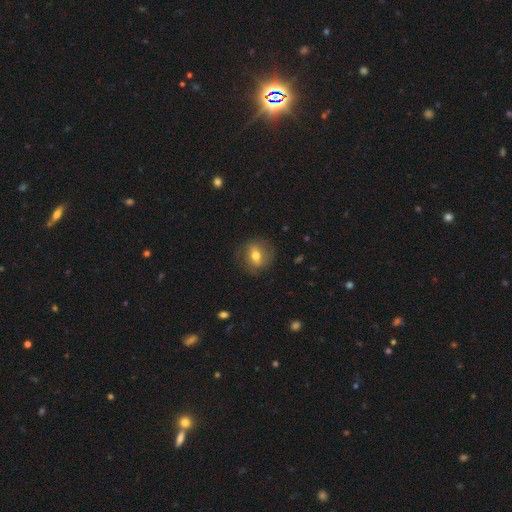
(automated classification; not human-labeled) smooth-or-featured: smooth: 55% | featured or disk: 36% | star or artifact: 9%
  how-rounded: round: 66% | in between: 33% | cigar-shaped: 2%
  merging: none: 78% | minor disturbance: 15% | major disturbance: 6% | merger: 1%